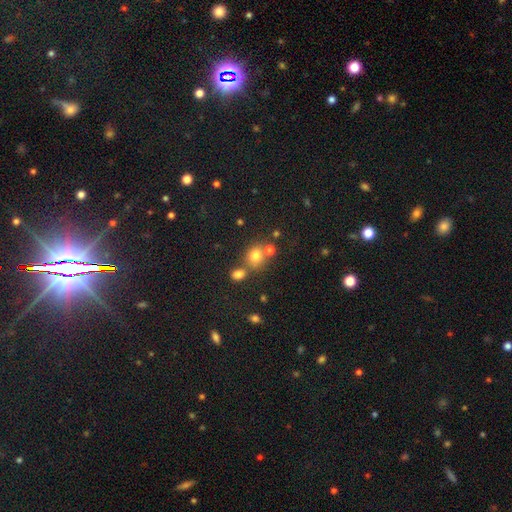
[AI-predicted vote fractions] Morphology: type=smooth (74%); roundness=round (76%); merging=none (57%).